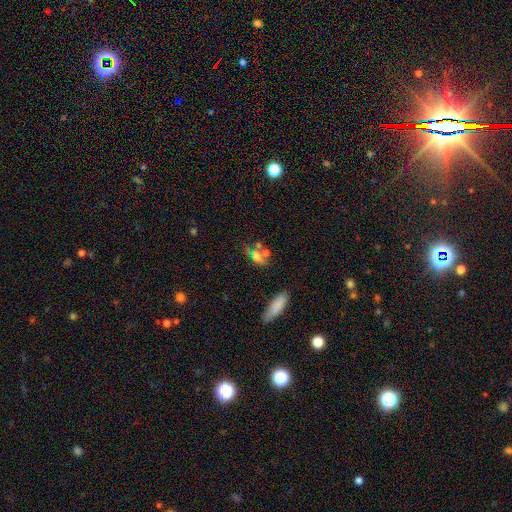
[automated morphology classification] The model was most divided on "merging": none: 45%, merger: 31%, minor disturbance: 15%, major disturbance: 9%. More confident: how rounded — in between (66%); smooth or featured — smooth (62%).